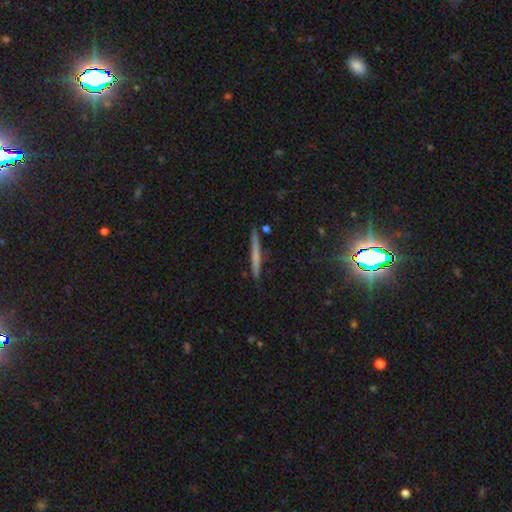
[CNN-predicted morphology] Smooth or featured?
  - smooth: 47% *
  - featured or disk: 43%
  - star or artifact: 10%
Merging?
  - none: 89% *
  - minor disturbance: 8%
  - merger: 2%
  - major disturbance: 2%